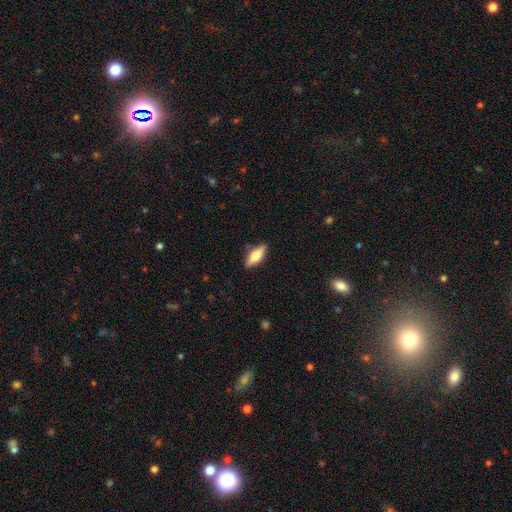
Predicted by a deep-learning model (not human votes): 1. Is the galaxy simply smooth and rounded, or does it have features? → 58% smooth, 35% featured or disk, 7% star or artifact.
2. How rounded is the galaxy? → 67% in between, 30% cigar-shaped, 3% round.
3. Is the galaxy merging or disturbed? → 85% none, 11% minor disturbance, 2% major disturbance, 1% merger.